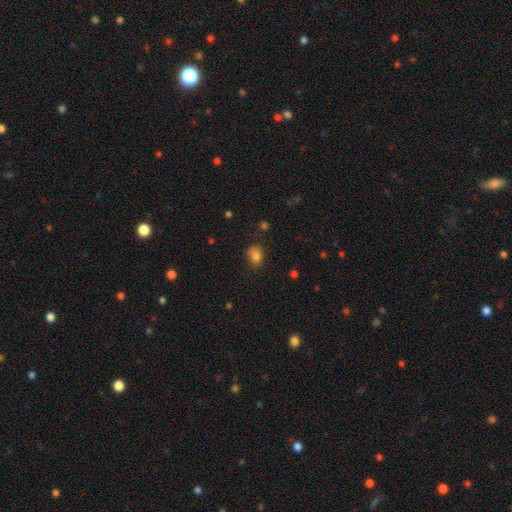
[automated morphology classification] type=smooth (77%); roundness=in between (64%); merging=none (52%).